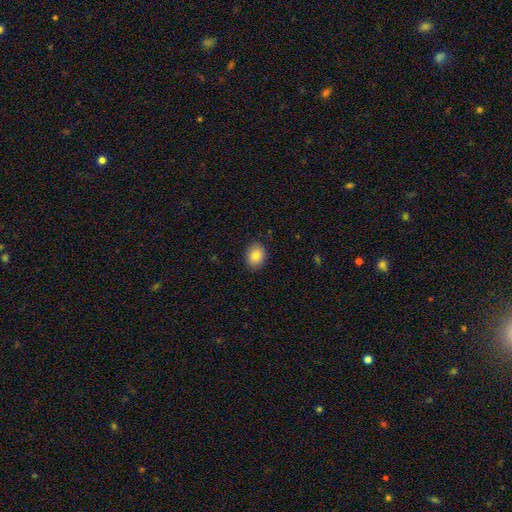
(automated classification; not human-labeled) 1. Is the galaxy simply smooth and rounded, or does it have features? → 85% smooth, 8% star or artifact, 7% featured or disk.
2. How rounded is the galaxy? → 51% in between, 48% round, 1% cigar-shaped.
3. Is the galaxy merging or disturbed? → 87% none, 9% minor disturbance, 2% major disturbance, 1% merger.